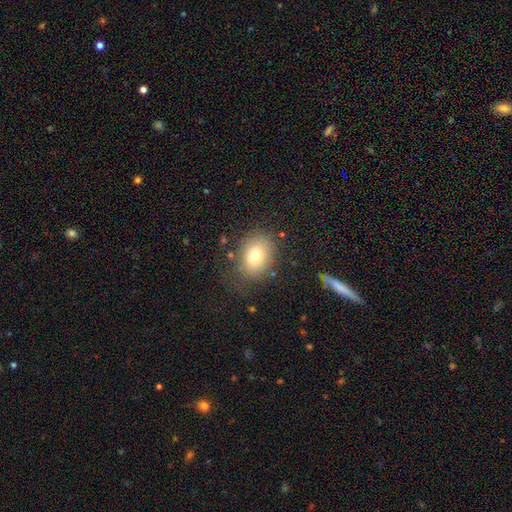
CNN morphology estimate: smooth_or_featured: smooth (p=0.74) [alt: featured or disk p=0.15]
how_rounded: in between (p=0.63) [alt: round p=0.36]
merging: none (p=0.77) [alt: minor disturbance p=0.15]